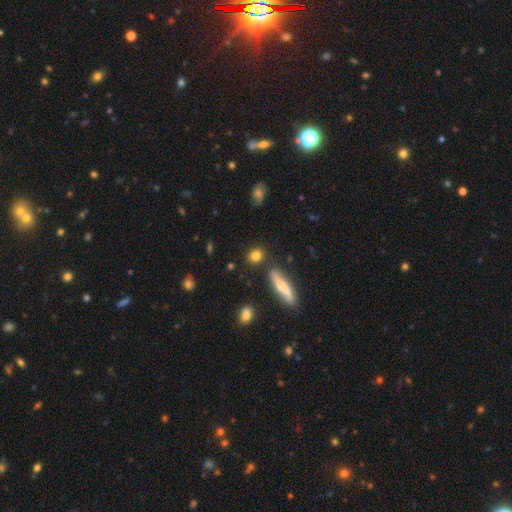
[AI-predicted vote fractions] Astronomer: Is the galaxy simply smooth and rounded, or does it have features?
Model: smooth — 80%.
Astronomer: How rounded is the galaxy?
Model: round — 63%.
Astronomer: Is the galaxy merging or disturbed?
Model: none — 79%.